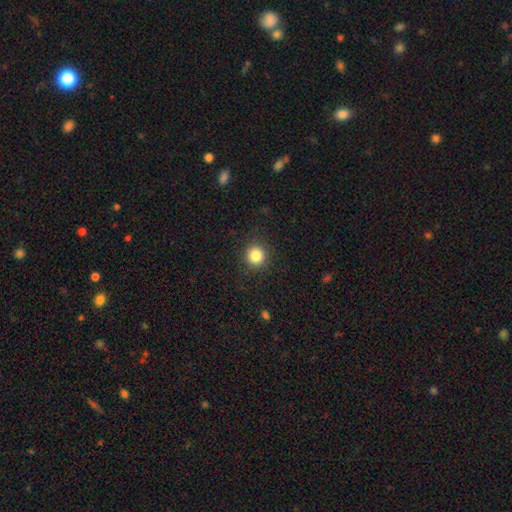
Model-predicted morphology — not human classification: Smooth or featured? smooth (84%)
How rounded? round (94%)
Merging? none (91%)